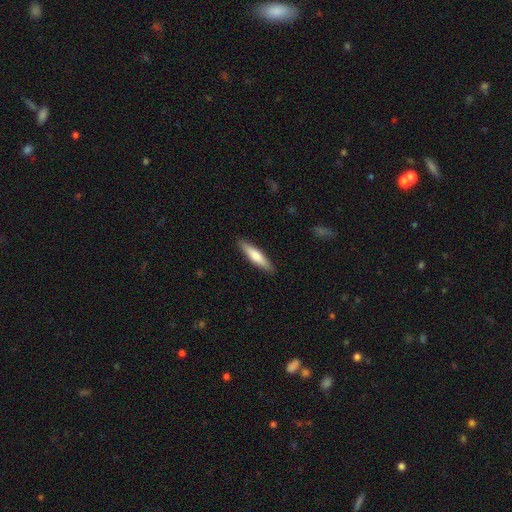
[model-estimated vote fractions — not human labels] The model was most divided on "smooth or featured": smooth: 66%, featured or disk: 29%, star or artifact: 5%. More confident: merging — none (89%); how rounded — cigar-shaped (82%).